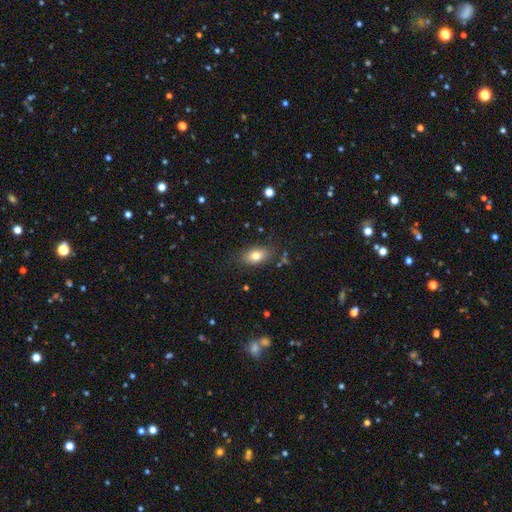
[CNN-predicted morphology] Smooth or featured? smooth (78%)
How rounded? in between (86%)
Merging? none (81%)